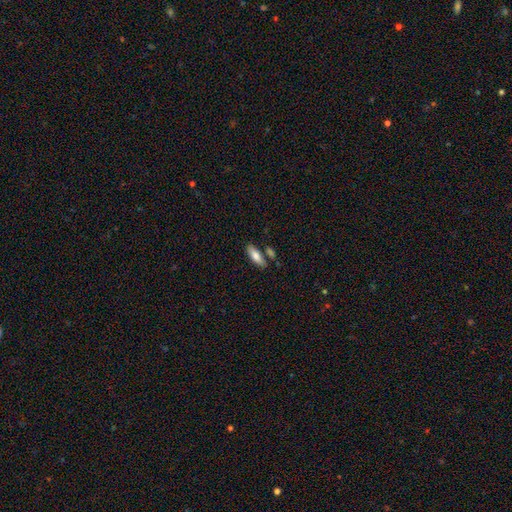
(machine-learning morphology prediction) Q: Smooth or featured?
A: smooth (79%); runner-up: featured or disk (15%)
Q: How rounded?
A: in between (66%); runner-up: cigar-shaped (31%)
Q: Merging?
A: none (73%); runner-up: minor disturbance (12%)